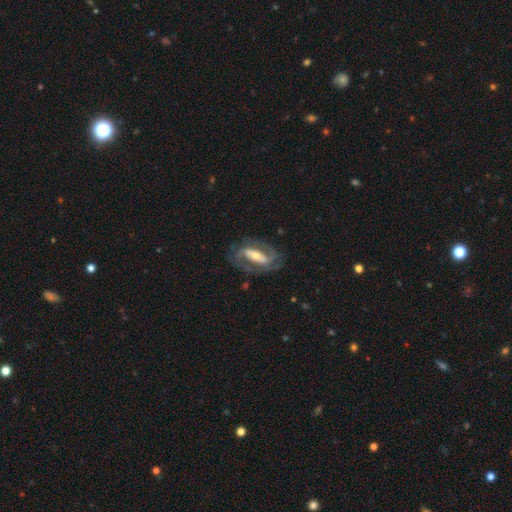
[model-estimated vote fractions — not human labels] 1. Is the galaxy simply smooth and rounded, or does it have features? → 85% featured or disk, 11% smooth, 5% star or artifact.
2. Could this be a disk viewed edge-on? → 93% no, 7% yes.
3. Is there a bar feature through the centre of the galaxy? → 63% strong, 24% weak, 13% no.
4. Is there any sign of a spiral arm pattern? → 91% yes, 9% no.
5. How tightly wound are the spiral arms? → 50% medium, 33% tight, 18% loose.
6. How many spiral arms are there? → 88% 2, 5% can't tell, 3% 1, 2% 3, 1% 4, 1% more than 4.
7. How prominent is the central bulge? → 51% moderate, 38% small, 8% large, 2% none, 2% dominant.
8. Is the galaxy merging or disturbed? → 76% none, 14% minor disturbance, 9% major disturbance, 1% merger.